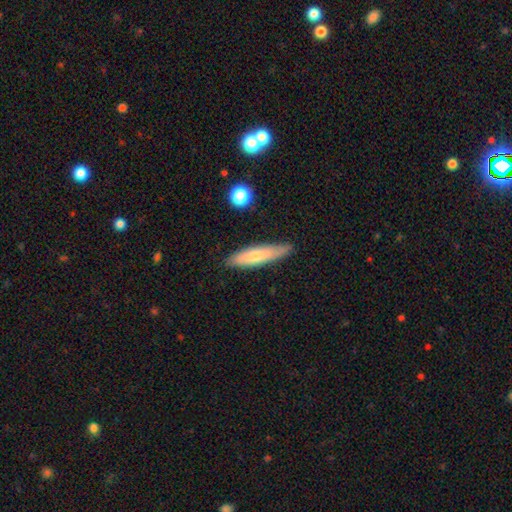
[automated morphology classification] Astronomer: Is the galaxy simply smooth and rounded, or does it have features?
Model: smooth — 67%.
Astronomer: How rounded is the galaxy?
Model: cigar-shaped — 77%.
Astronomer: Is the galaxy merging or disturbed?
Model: none — 80%.